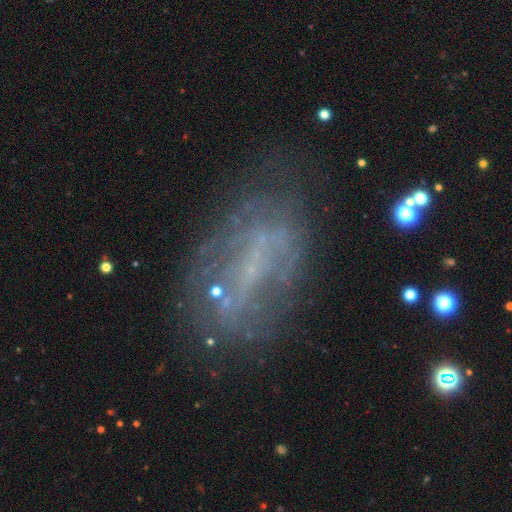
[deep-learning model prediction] Overall: featured or disk (63%). Edge-on disk: no (95%). Bar: no (53%; weak 31%). Spiral arms: no (64%; yes 36%). Bulge size: none (57%; small 34%). Merging: none (58%; minor disturbance 21%).